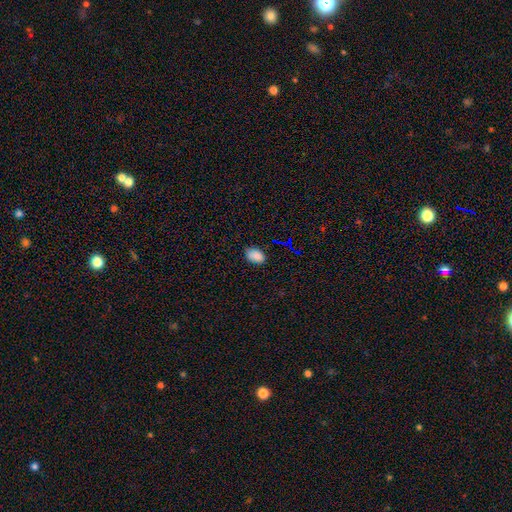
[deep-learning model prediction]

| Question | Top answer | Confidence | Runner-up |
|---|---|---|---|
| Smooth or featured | smooth | 84% | star or artifact (12%) |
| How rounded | in between | 89% | round (10%) |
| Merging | none | 81% | minor disturbance (15%) |